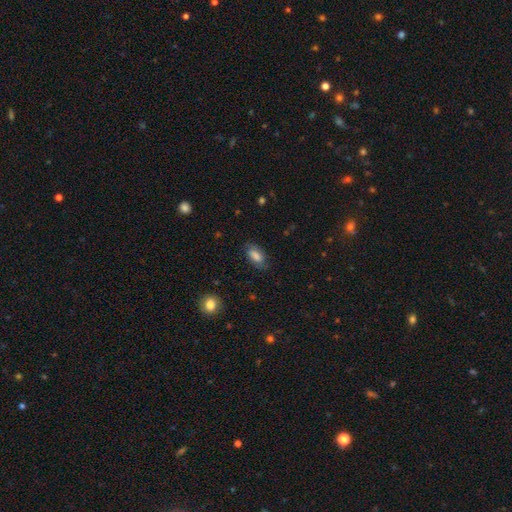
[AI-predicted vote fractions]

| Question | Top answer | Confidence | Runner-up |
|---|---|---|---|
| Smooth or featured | smooth | 74% | featured or disk (18%) |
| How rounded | in between | 89% | cigar-shaped (7%) |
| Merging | none | 76% | minor disturbance (17%) |